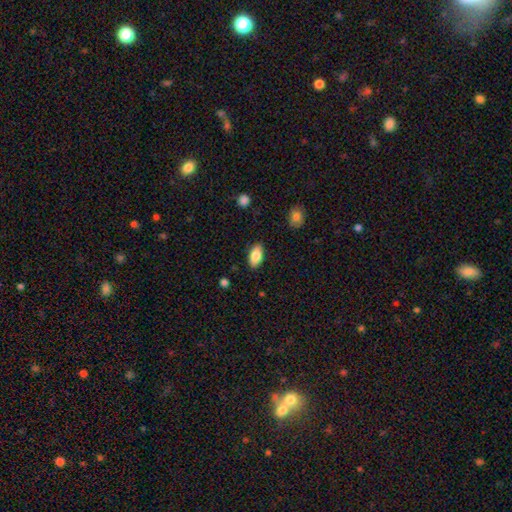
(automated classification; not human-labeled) A smooth galaxy with no disk features (83%) that is in between round and cigar-shaped (92%).

Vote fractions:
- Smooth or featured? smooth: 83% / featured or disk: 10% / star or artifact: 7%
- How rounded? in between: 92% / cigar-shaped: 5% / round: 4%
- Merging? none: 87% / minor disturbance: 10% / major disturbance: 2% / merger: 1%